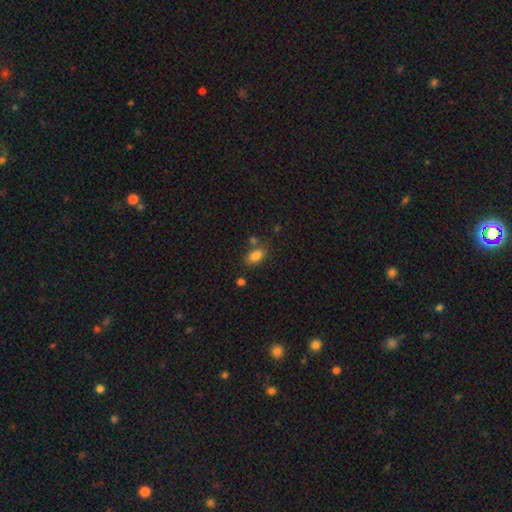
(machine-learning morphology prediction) Smooth or featured? Predicted: smooth (p=0.84). How rounded? Predicted: in between (p=0.90). Merging? Predicted: none (p=0.70).